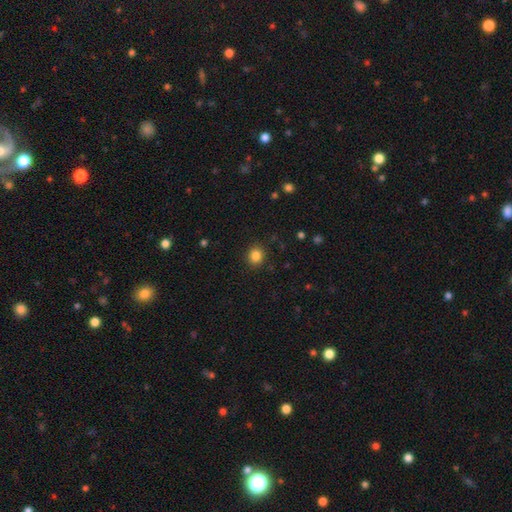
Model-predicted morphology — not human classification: This is clearly a smooth galaxy (85%). How rounded: likely round (78%). Merging: clearly none (89%).